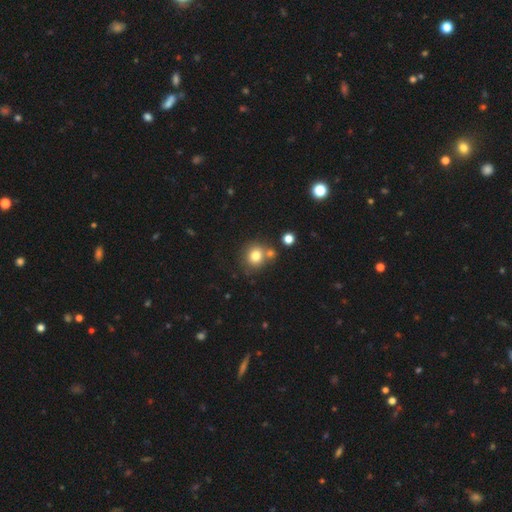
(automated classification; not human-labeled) Smooth or featured?
  - smooth: 78% *
  - star or artifact: 12%
  - featured or disk: 10%
How rounded?
  - round: 87% *
  - in between: 12%
  - cigar-shaped: 1%
Merging?
  - none: 64% *
  - merger: 22%
  - minor disturbance: 10%
  - major disturbance: 4%